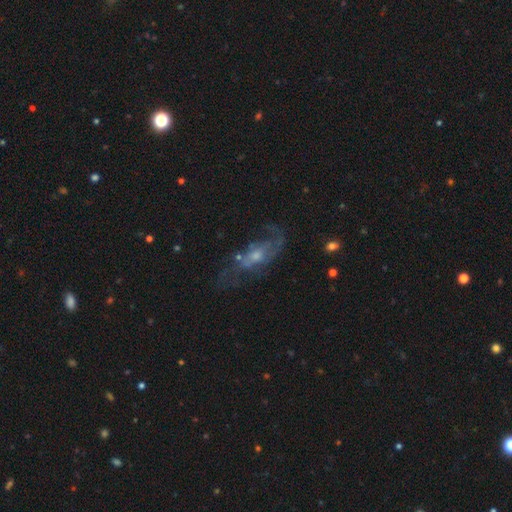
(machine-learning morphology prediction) The model was most divided on "bulge size" (2-way tie): moderate: 45%, small: 45%, none: 5%, large: 4%, dominant: 1%. More confident: edge-on disk — no (88%); spiral arms — yes (76%); smooth or featured — featured or disk (72%); bar — no (66%); merging — none (51%).